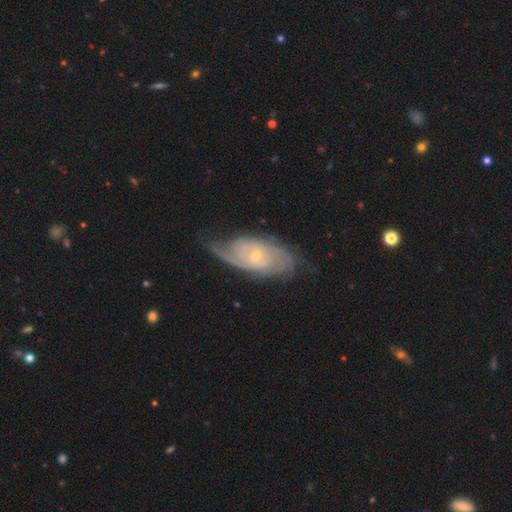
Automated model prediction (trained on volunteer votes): A featured or disk galaxy (83%) with no bar (69%), 2 (40%) tight (54%) spiral arms (94%) and a small central bulge (76%). Merging: none (66%).